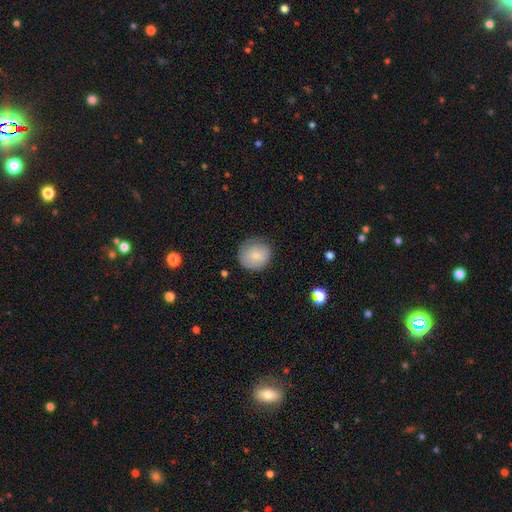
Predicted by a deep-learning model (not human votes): This is clearly a smooth galaxy (84%). How rounded: clearly round (88%). Merging: likely none (79%).